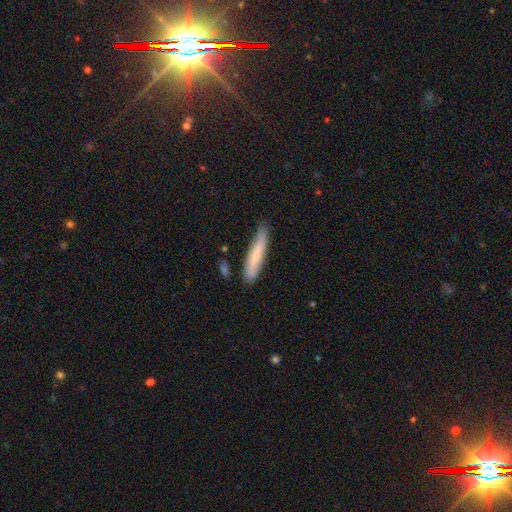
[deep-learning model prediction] A smooth galaxy with no disk features (76%) that is cigar-shaped (88%). Merging: none (72%).